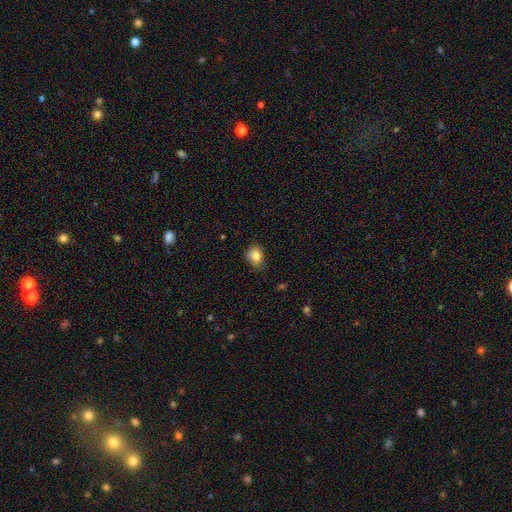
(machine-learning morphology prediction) A smooth galaxy with no disk features (83%) that is in between round and cigar-shaped (53%).

Vote fractions:
- Smooth or featured? smooth: 83% / star or artifact: 10% / featured or disk: 7%
- How rounded? in between: 53% / round: 46% / cigar-shaped: 1%
- Merging? none: 73% / minor disturbance: 22% / major disturbance: 4% / merger: 1%